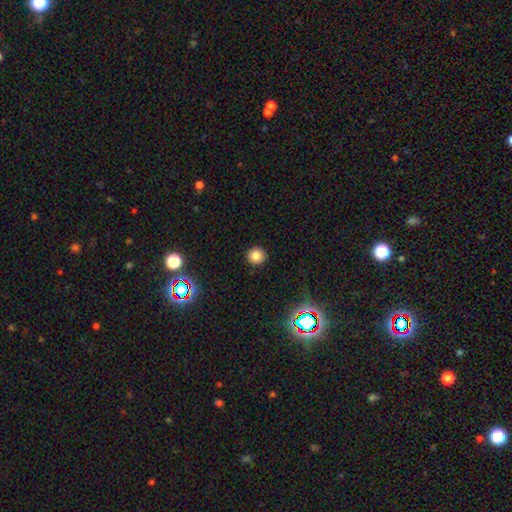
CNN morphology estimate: A smooth galaxy with no disk features (80%) that is round (94%).

Vote fractions:
- Smooth or featured? smooth: 80% / star or artifact: 15% / featured or disk: 5%
- How rounded? round: 94% / in between: 5% / cigar-shaped: 1%
- Merging? none: 91% / minor disturbance: 6% / major disturbance: 2% / merger: 1%